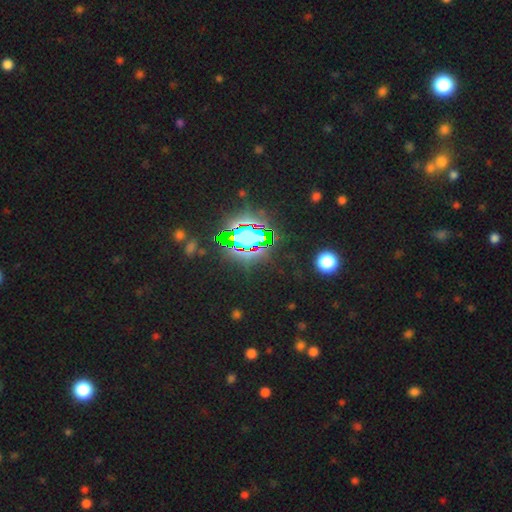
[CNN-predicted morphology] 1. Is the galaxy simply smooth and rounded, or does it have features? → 81% star or artifact, 12% smooth, 8% featured or disk.